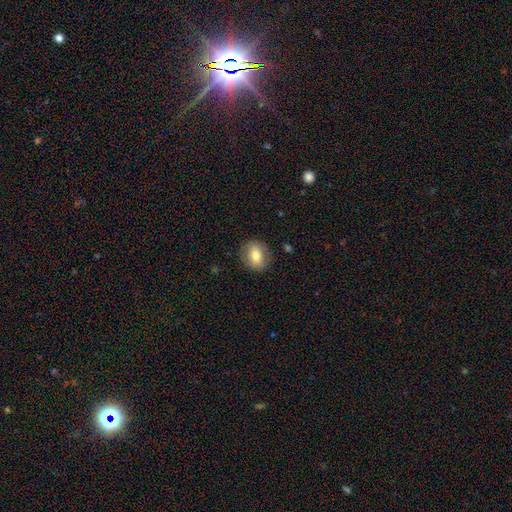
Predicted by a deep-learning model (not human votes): Overall: smooth (72%). How rounded: round (52%; in between 46%). Merging: none (85%).